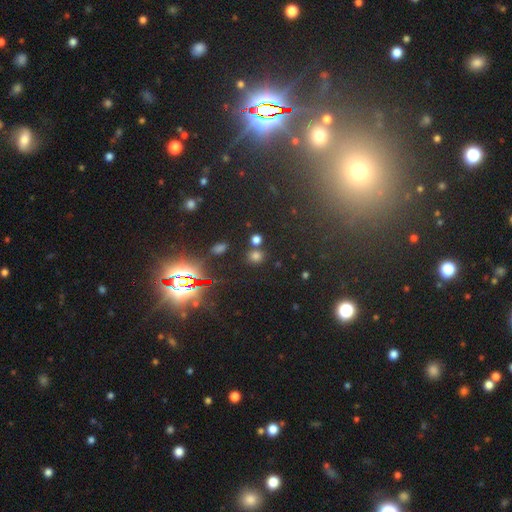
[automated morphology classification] type=smooth (60%); roundness=round (82%); merging=none (73%).